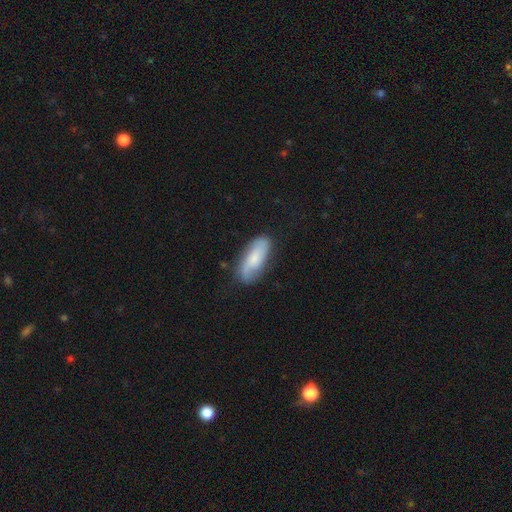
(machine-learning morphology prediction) Smooth or featured? smooth (56%)
How rounded? in between (76%)
Merging? none (73%)